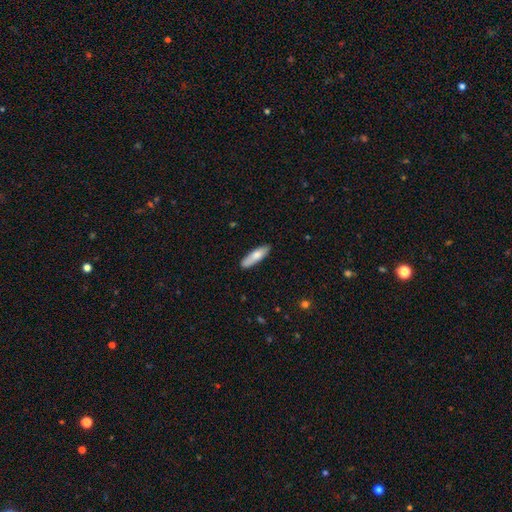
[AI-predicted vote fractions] This appears to be a smooth galaxy with no disk features (75%) that is cigar-shaped (60%). Merging: none (84%).